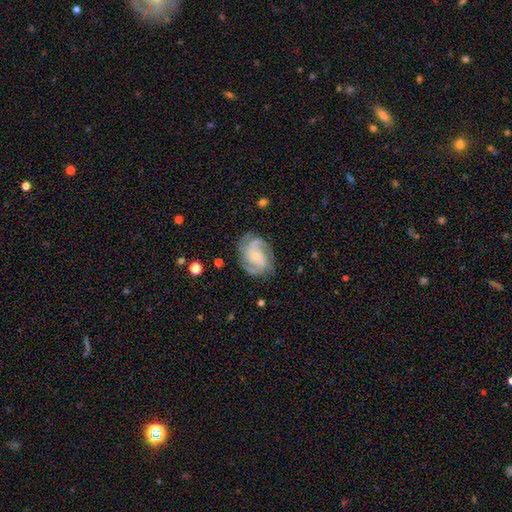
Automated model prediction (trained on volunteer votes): Smooth or featured?
  - featured or disk: 88% *
  - smooth: 7%
  - star or artifact: 5%
Edge-on disk?
  - no: 98% *
  - yes: 2%
Bar?
  - no: 62% *
  - weak: 30%
  - strong: 7%
Spiral arms?
  - yes: 97% *
  - no: 3%
Spiral winding?
  - medium: 48% *
  - tight: 39%
  - loose: 13%
Spiral arm count?
  - 2: 41% *
  - 3: 34%
  - can't tell: 10%
  - 4: 6%
  - 1: 4%
  - more than 4: 4%
Bulge size?
  - small: 70% *
  - moderate: 26%
  - none: 2%
  - large: 1%
  - dominant: 1%
Merging?
  - none: 76% *
  - minor disturbance: 16%
  - major disturbance: 6%
  - merger: 1%